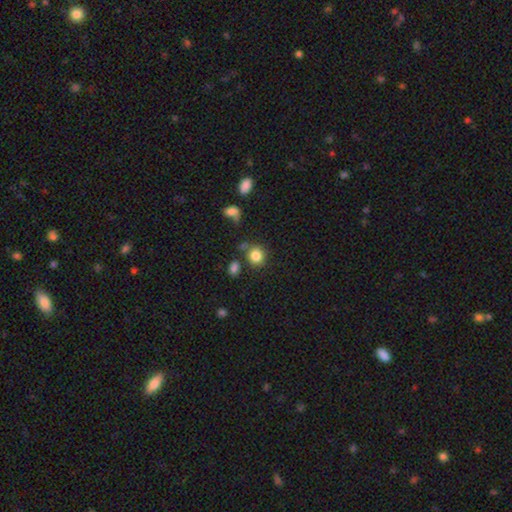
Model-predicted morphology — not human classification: smooth 83%, star or artifact 11%, featured or disk 6%. Down the decision tree: how rounded — round (83%); merging — none (73%).